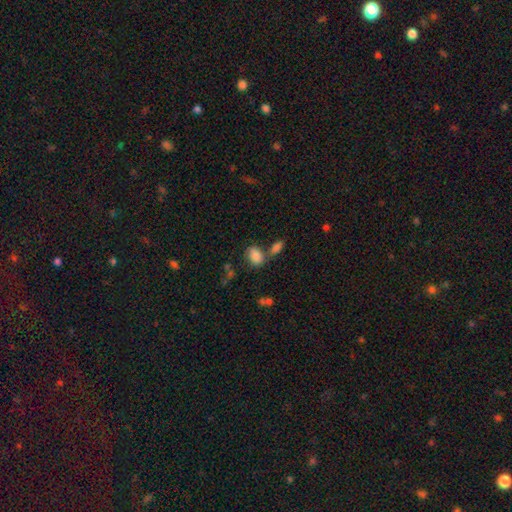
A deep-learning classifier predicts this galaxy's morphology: Smooth or featured? smooth (82%)
How rounded? in between (78%)
Merging? none (54%)